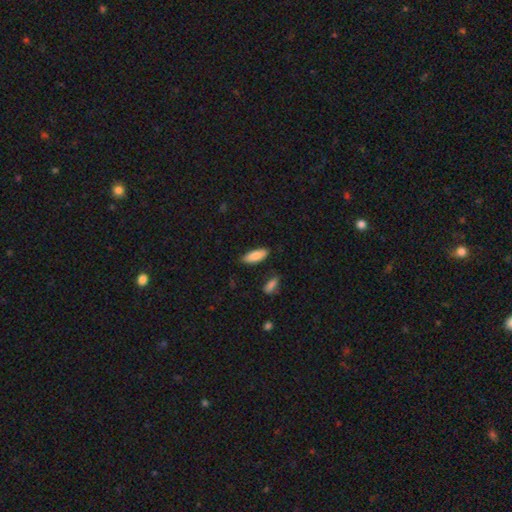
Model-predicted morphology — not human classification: This is clearly a smooth galaxy (84%). How rounded: likely in between (73%). Merging: clearly none (82%).